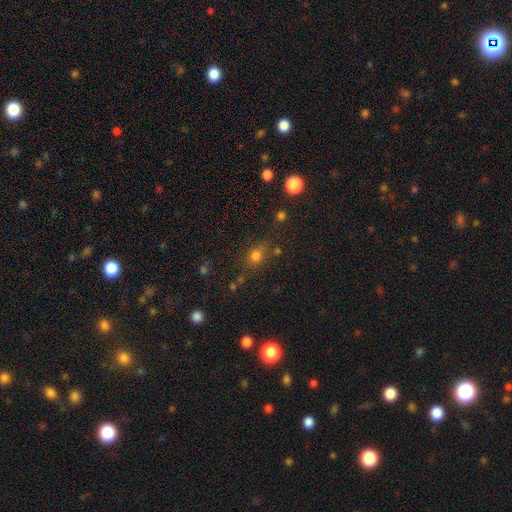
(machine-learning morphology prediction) smooth 73%, star or artifact 19%, featured or disk 8%. Down the decision tree: how rounded — round (62%); merging — none (70%).